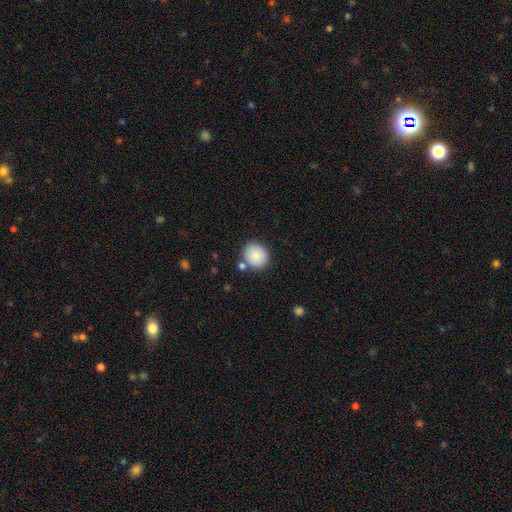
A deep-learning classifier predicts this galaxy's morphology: Smooth or featured? Predicted: smooth (p=0.84). How rounded? Predicted: round (p=0.80). Merging? Predicted: none (p=0.80).